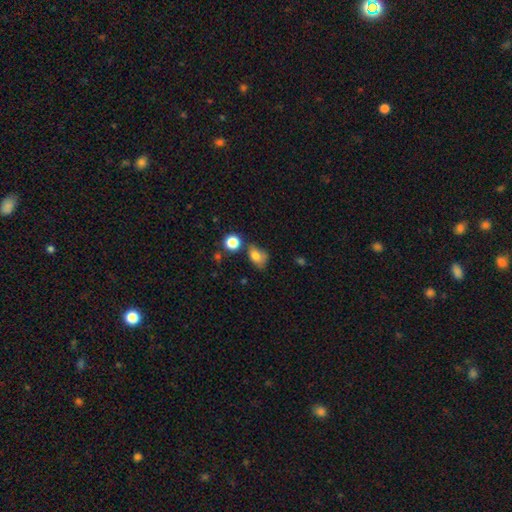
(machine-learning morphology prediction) Smooth or featured?
  - smooth: 76% *
  - featured or disk: 12%
  - star or artifact: 12%
How rounded?
  - in between: 70% *
  - round: 28%
  - cigar-shaped: 2%
Merging?
  - none: 45% *
  - minor disturbance: 29%
  - merger: 13%
  - major disturbance: 13%